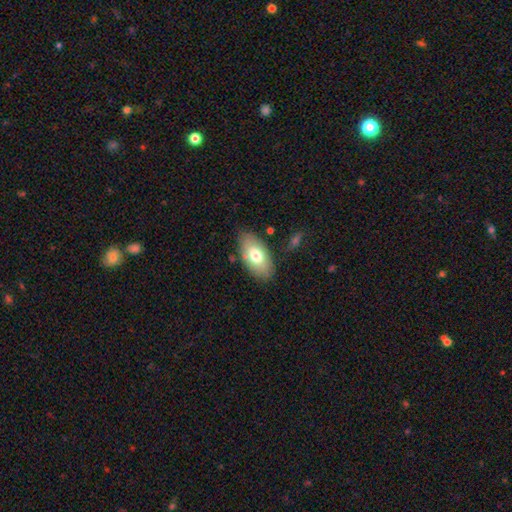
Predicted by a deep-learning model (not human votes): The model was most divided on "smooth or featured": smooth: 73%, featured or disk: 21%, star or artifact: 7%. More confident: how rounded — in between (93%); merging — none (81%).